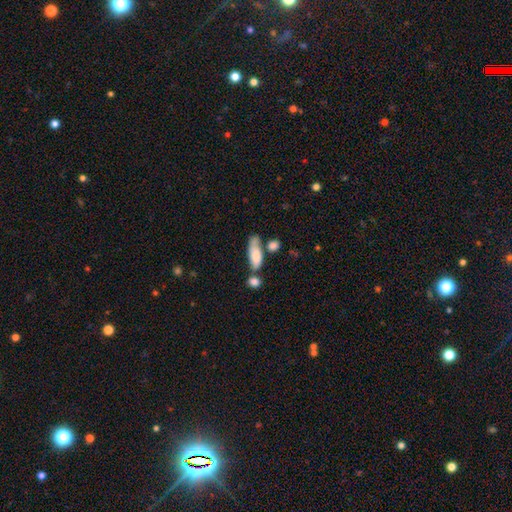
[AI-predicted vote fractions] This is likely a smooth galaxy (75%). How rounded: likely in between (68%). Merging: marginally none (39%).